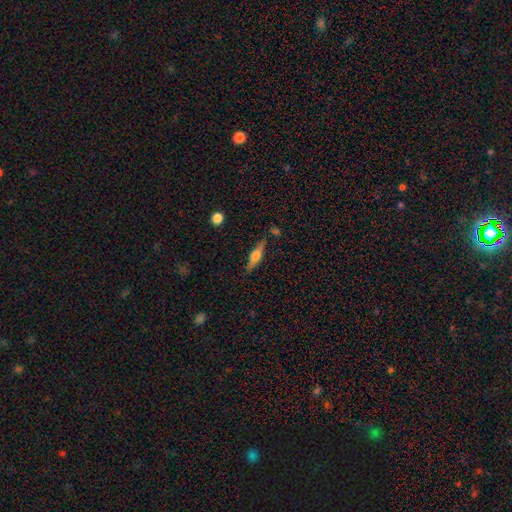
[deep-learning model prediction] This is possibly a featured or disk galaxy (56%). It is clearly viewed edge-on (95%). Edge-on bulge: clearly rounded (87%). Merging: clearly none (82%).